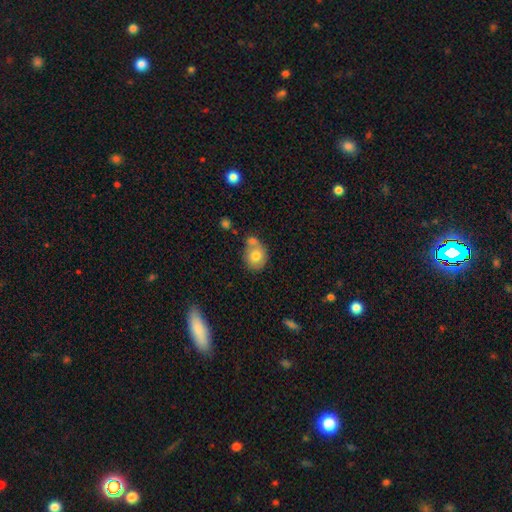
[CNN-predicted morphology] A smooth galaxy with no disk features (74%) that is round (62%).

Vote fractions:
- Smooth or featured? smooth: 74% / featured or disk: 17% / star or artifact: 9%
- How rounded? round: 62% / in between: 37% / cigar-shaped: 1%
- Merging? none: 42% / merger: 38% / minor disturbance: 16% / major disturbance: 5%